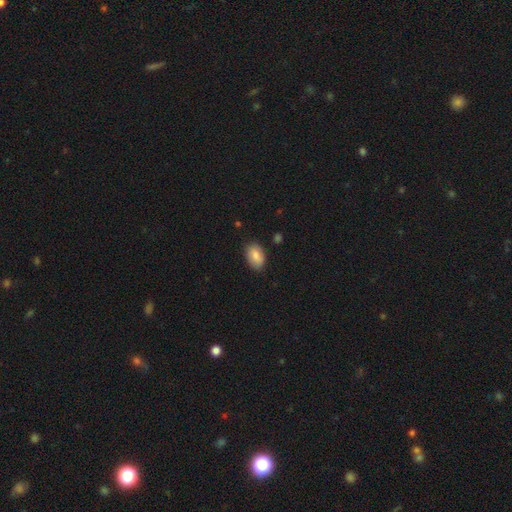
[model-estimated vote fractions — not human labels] Smooth or featured? Predicted: smooth (p=0.85). How rounded? Predicted: in between (p=0.91). Merging? Predicted: none (p=0.83).